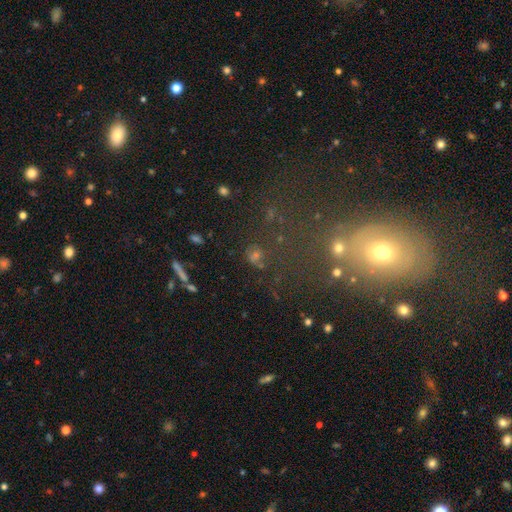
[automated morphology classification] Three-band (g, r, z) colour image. It shows a smooth galaxy with no disk features (45%). Merging: none (69%).